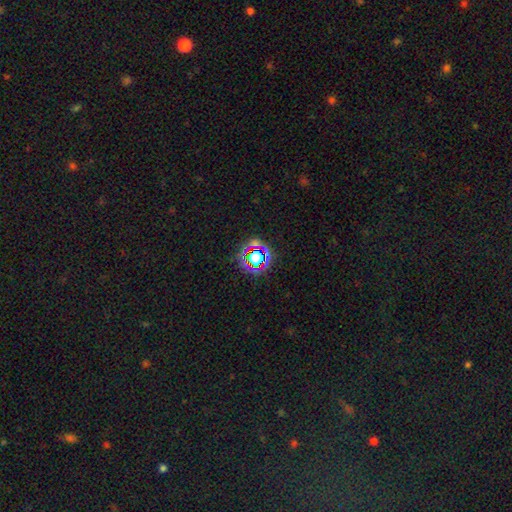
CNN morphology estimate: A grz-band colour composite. It shows a star or artifact, not a galaxy (56%).